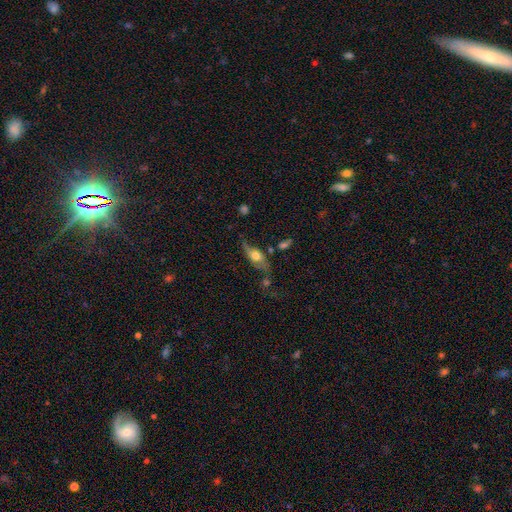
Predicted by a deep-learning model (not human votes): smooth_or_featured: featured or disk (p=0.48) [alt: smooth p=0.44]
merging: none (p=0.48) [alt: minor disturbance p=0.26]